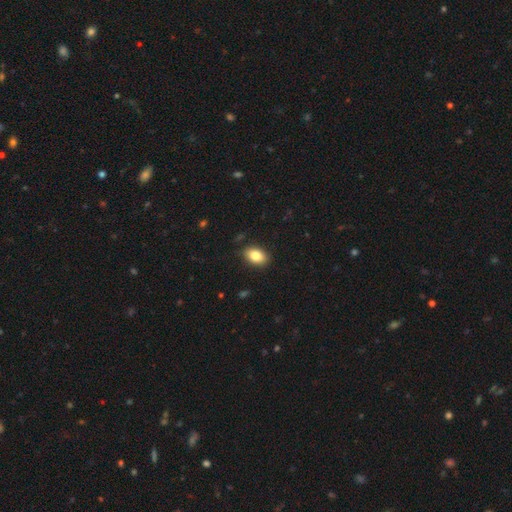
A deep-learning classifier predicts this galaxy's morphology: Q: Smooth or featured?
A: smooth (84%); runner-up: star or artifact (8%)
Q: How rounded?
A: in between (87%); runner-up: round (11%)
Q: Merging?
A: none (85%); runner-up: minor disturbance (11%)